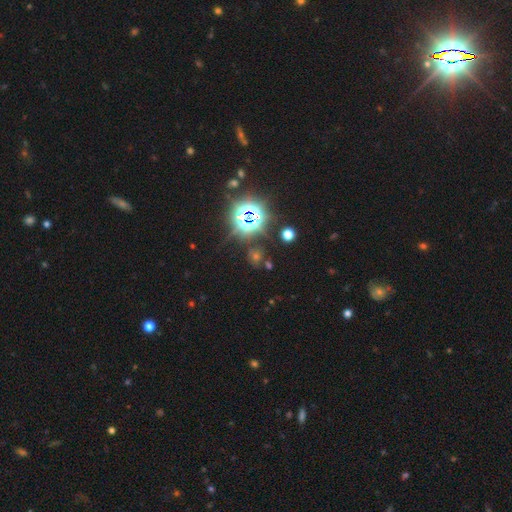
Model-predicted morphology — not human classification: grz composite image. It shows a star or artifact, not a galaxy (69%).